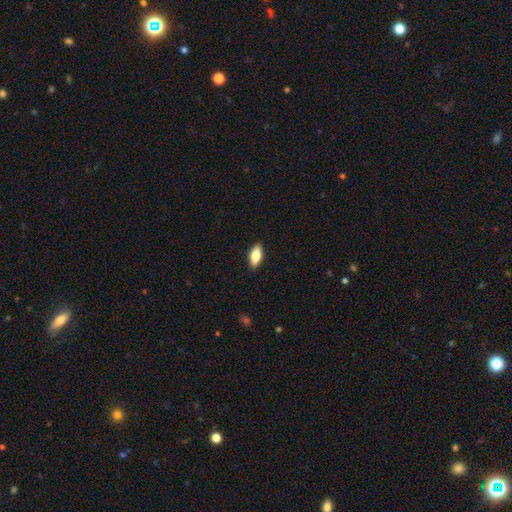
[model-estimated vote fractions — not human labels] Smooth or featured?
  - smooth: 77% *
  - featured or disk: 17%
  - star or artifact: 7%
How rounded?
  - in between: 83% *
  - cigar-shaped: 14%
  - round: 3%
Merging?
  - none: 89% *
  - minor disturbance: 8%
  - major disturbance: 2%
  - merger: 1%